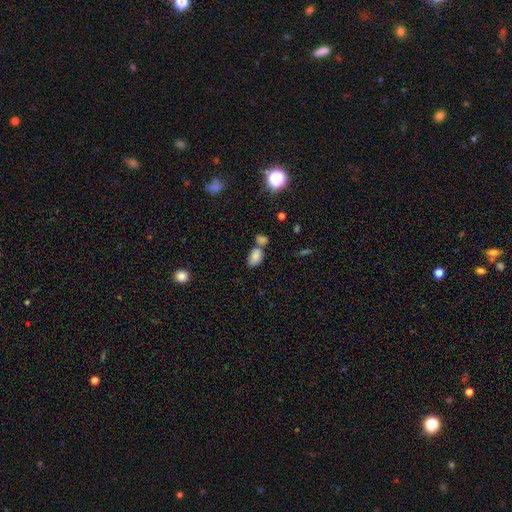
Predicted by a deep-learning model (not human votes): smooth_or_featured: smooth (p=0.83) [alt: star or artifact p=0.10]
how_rounded: in between (p=0.87) [alt: round p=0.12]
merging: none (p=0.46) [alt: merger p=0.37]